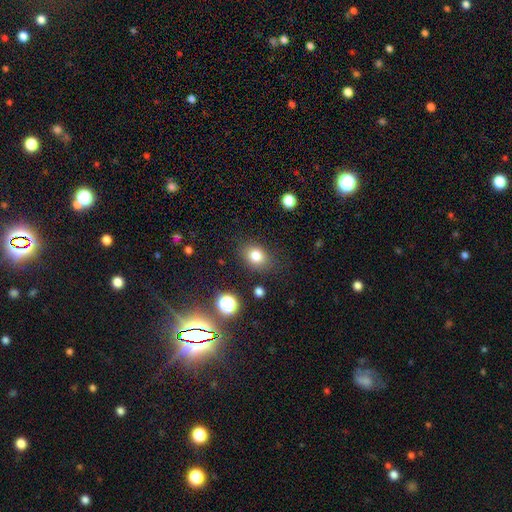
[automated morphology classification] This is likely a smooth galaxy (79%). How rounded: possibly in between (54%). Merging: clearly none (82%).